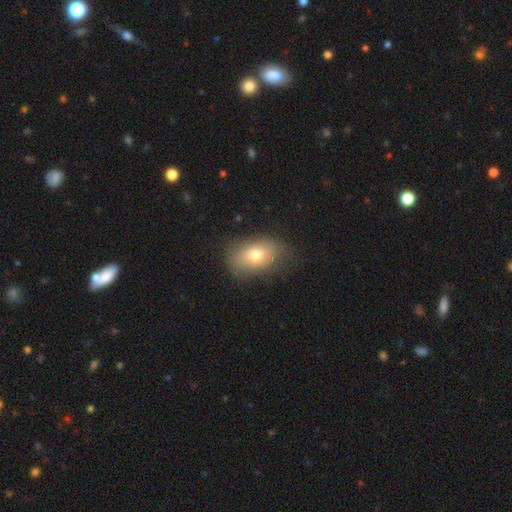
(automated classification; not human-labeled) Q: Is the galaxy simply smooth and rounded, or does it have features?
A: smooth — 73%.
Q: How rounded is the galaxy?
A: in between — 84%.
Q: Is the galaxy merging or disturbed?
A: none — 72%.